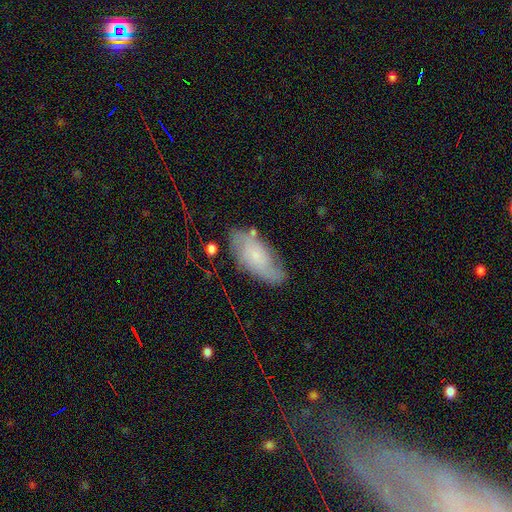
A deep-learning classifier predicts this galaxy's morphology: Smooth or featured? Predicted: smooth (p=0.49). Merging? Predicted: none (p=0.66).